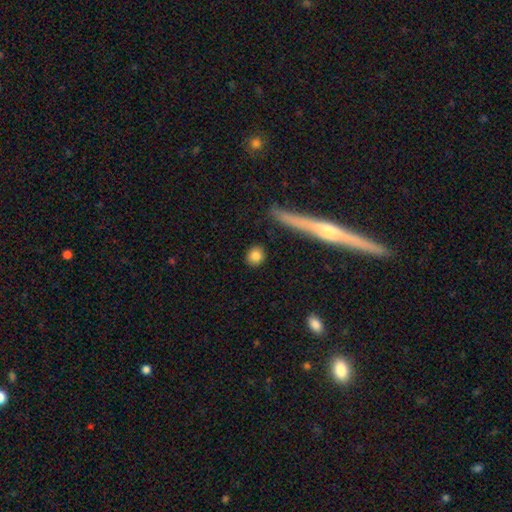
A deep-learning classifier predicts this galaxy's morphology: This is clearly a smooth galaxy (84%). How rounded: likely round (80%). Merging: clearly none (89%).